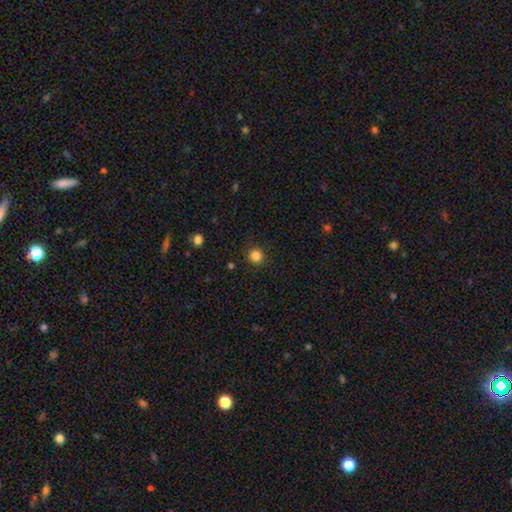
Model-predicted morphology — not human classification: Smooth or featured? Predicted: smooth (p=0.85). How rounded? Predicted: round (p=0.91). Merging? Predicted: none (p=0.90).